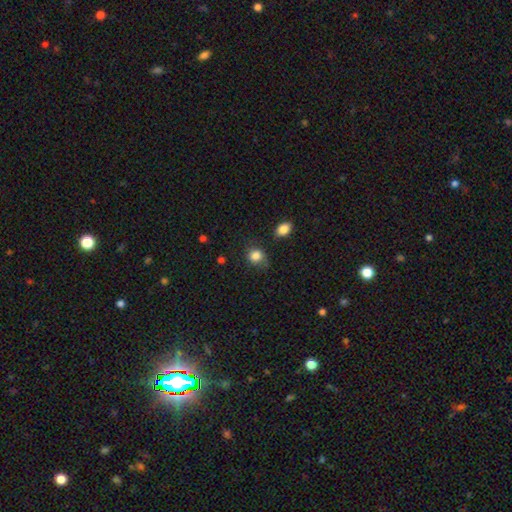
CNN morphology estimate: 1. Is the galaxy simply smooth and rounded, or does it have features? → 84% smooth, 10% star or artifact, 6% featured or disk.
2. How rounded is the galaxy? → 70% round, 29% in between, 1% cigar-shaped.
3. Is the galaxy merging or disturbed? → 64% none, 25% minor disturbance, 7% major disturbance, 3% merger.